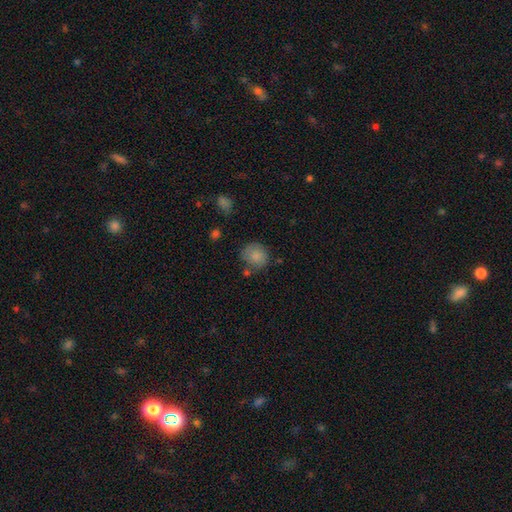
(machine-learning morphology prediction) smooth_or_featured: smooth (p=0.84) [alt: featured or disk p=0.08]
how_rounded: round (p=0.82) [alt: in between p=0.17]
merging: none (p=0.65) [alt: minor disturbance p=0.21]